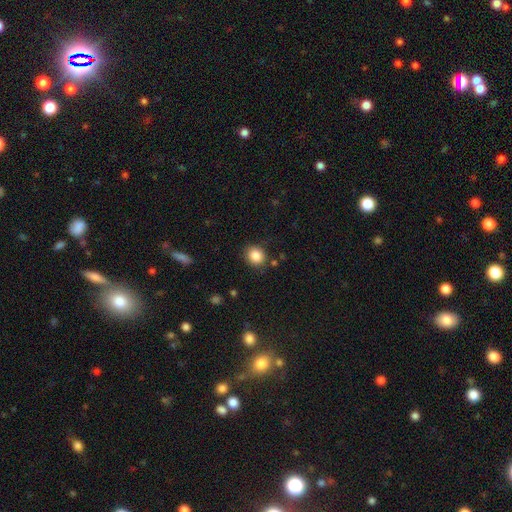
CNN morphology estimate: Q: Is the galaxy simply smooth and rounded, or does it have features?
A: smooth — 85%.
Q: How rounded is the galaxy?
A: round — 80%.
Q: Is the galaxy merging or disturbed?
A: none — 85%.